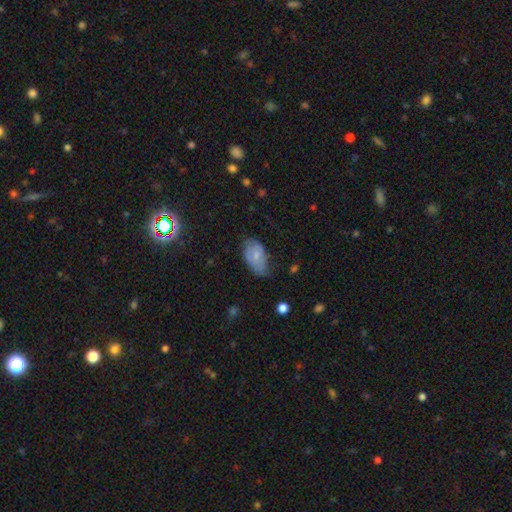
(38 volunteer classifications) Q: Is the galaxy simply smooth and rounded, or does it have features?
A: smooth — 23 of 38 (61%).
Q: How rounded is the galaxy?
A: in between — 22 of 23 (96%).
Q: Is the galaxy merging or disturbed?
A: none — 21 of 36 (58%).